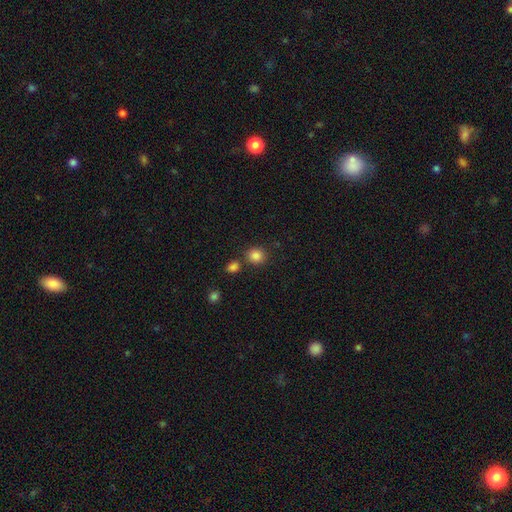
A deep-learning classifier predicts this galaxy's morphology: Q: Smooth or featured?
A: smooth (85%); runner-up: star or artifact (11%)
Q: How rounded?
A: round (82%); runner-up: in between (17%)
Q: Merging?
A: none (75%); runner-up: merger (13%)